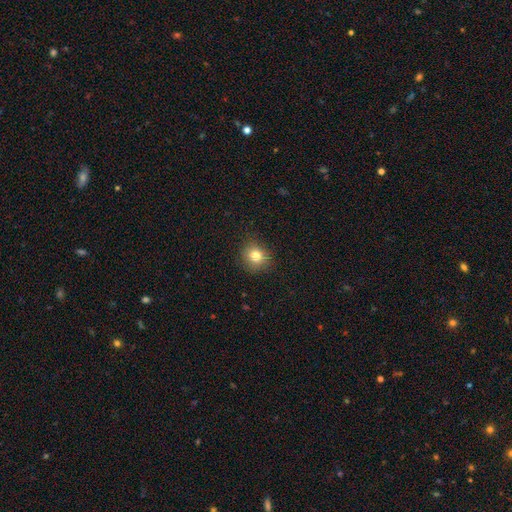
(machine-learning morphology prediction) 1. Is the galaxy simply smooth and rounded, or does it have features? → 80% smooth, 12% star or artifact, 8% featured or disk.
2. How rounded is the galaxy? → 81% round, 18% in between, 1% cigar-shaped.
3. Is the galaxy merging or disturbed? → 87% none, 10% minor disturbance, 3% major disturbance, 1% merger.